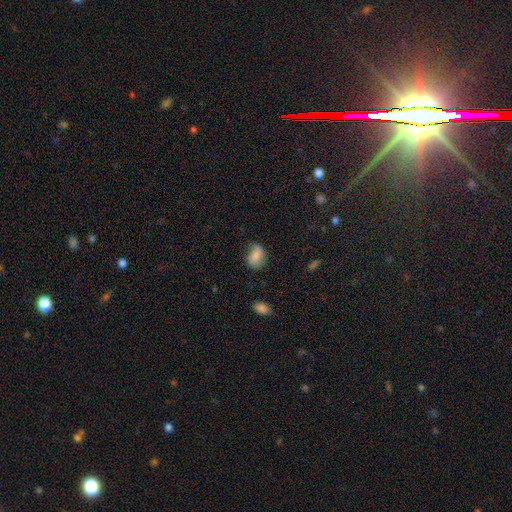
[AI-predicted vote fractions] smooth_or_featured: smooth (p=0.74) [alt: featured or disk p=0.17]
how_rounded: in between (p=0.72) [alt: round p=0.26]
merging: none (p=0.53) [alt: minor disturbance p=0.33]